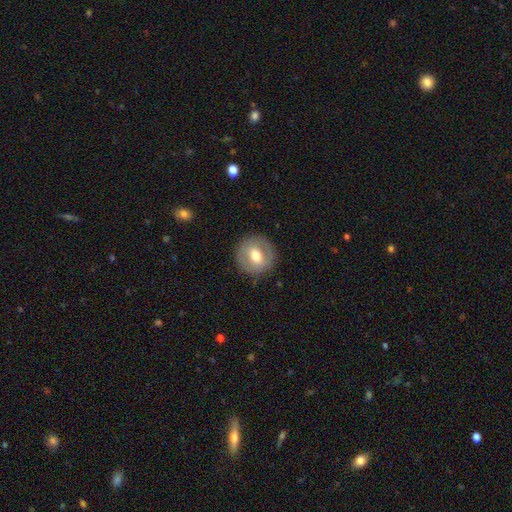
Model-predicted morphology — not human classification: type=smooth (54%); roundness=round (87%); merging=none (85%).